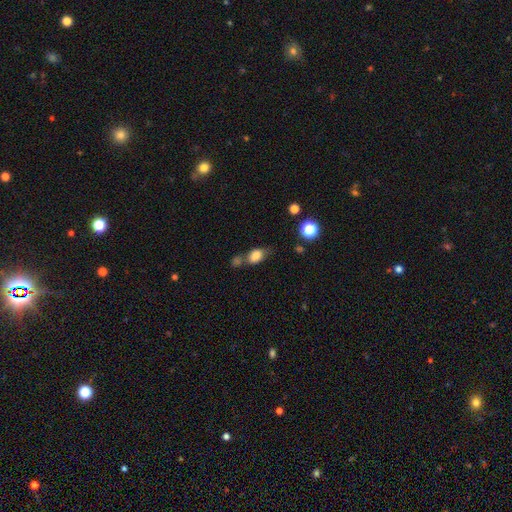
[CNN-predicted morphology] Smooth or featured?
  - smooth: 80% *
  - featured or disk: 10%
  - star or artifact: 10%
How rounded?
  - in between: 80% *
  - round: 16%
  - cigar-shaped: 4%
Merging?
  - none: 44% *
  - merger: 30%
  - minor disturbance: 18%
  - major disturbance: 8%